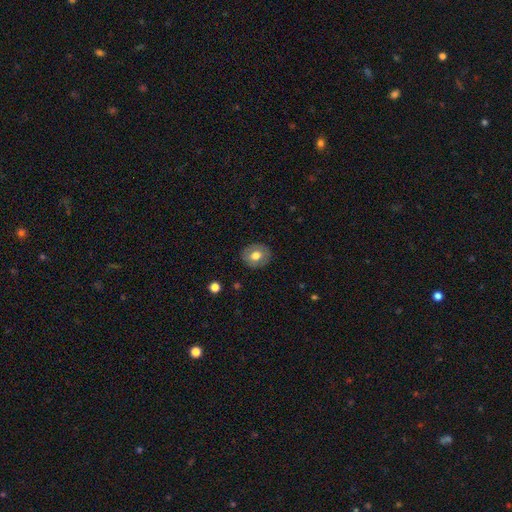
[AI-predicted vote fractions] This appears to be a smooth galaxy with no disk features (68%) that is round (67%). Merging: none (87%).